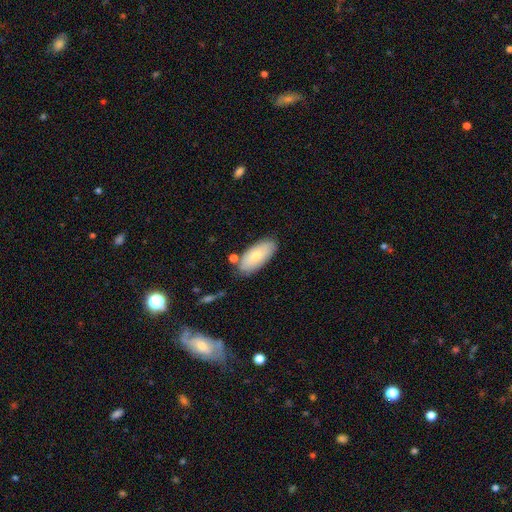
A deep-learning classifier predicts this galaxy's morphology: Smooth or featured? Predicted: smooth (p=0.75). How rounded? Predicted: in between (p=0.91). Merging? Predicted: none (p=0.77).